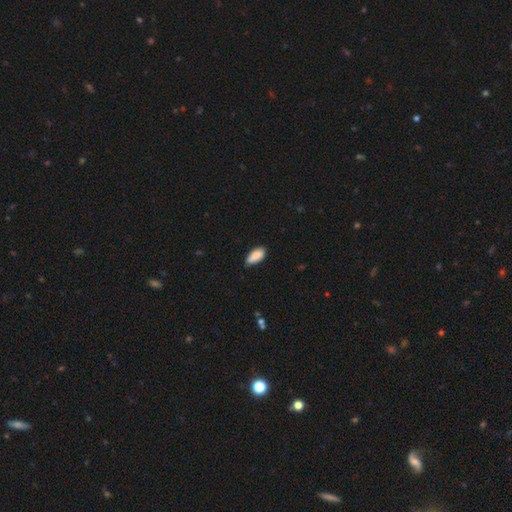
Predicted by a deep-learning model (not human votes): This appears to be a smooth galaxy with no disk features (88%) that is in between round and cigar-shaped (87%). Merging: none (68%).